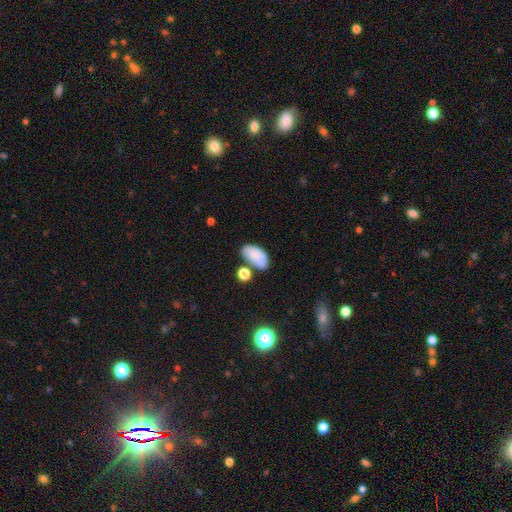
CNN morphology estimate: Smooth or featured? smooth (79%)
How rounded? in between (94%)
Merging? none (57%)